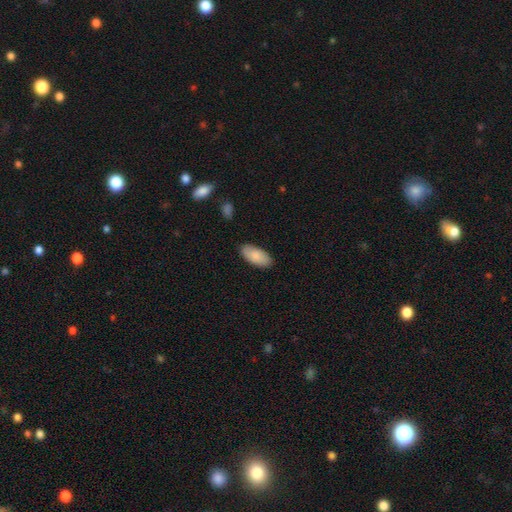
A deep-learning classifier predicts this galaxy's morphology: This appears to be a smooth galaxy with no disk features (86%) that is in between round and cigar-shaped (93%). Merging: none (86%).